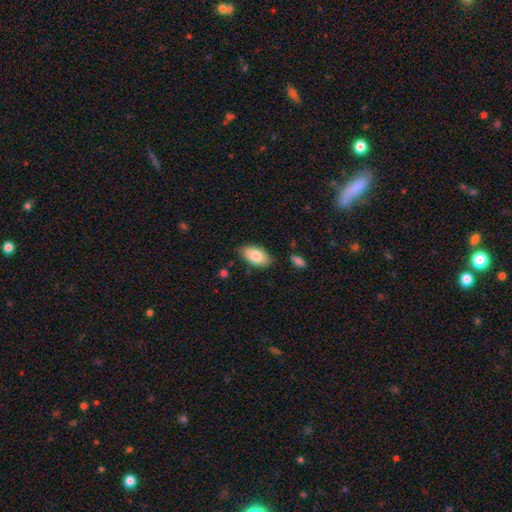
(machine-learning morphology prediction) smooth 82%, featured or disk 12%, star or artifact 7%. Down the decision tree: how rounded — in between (94%); merging — none (80%).